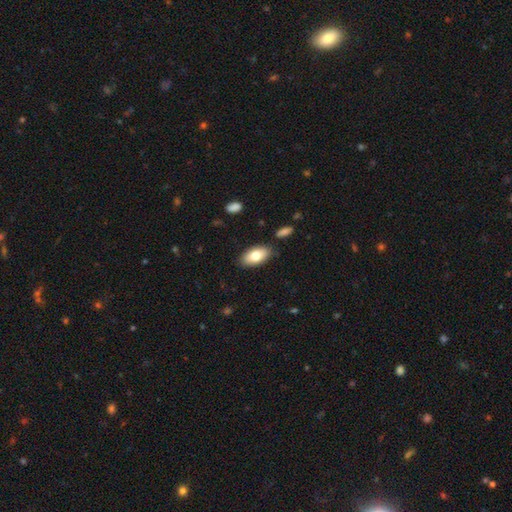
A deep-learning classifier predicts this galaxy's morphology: smooth-or-featured: smooth: 77% | featured or disk: 16% | star or artifact: 7%
  how-rounded: in between: 93% | cigar-shaped: 4% | round: 3%
  merging: none: 84% | minor disturbance: 11% | merger: 2% | major disturbance: 2%